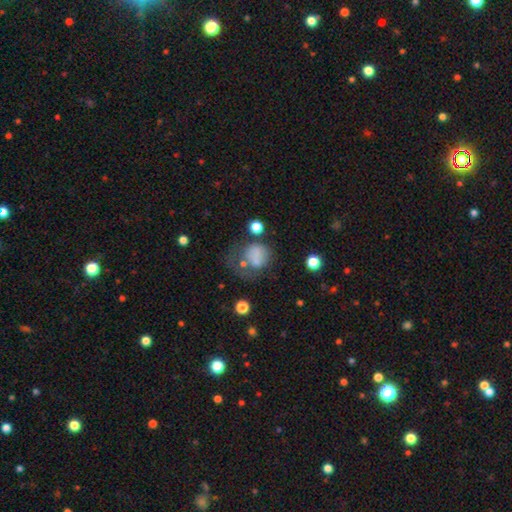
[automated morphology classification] type=smooth (68%); roundness=round (67%); merging=major disturbance (39%).